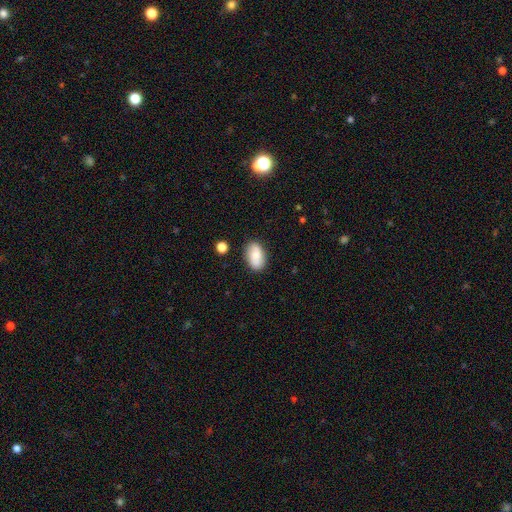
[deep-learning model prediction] A smooth galaxy with no disk features (76%) that is in between round and cigar-shaped (91%). Merging: none (82%).